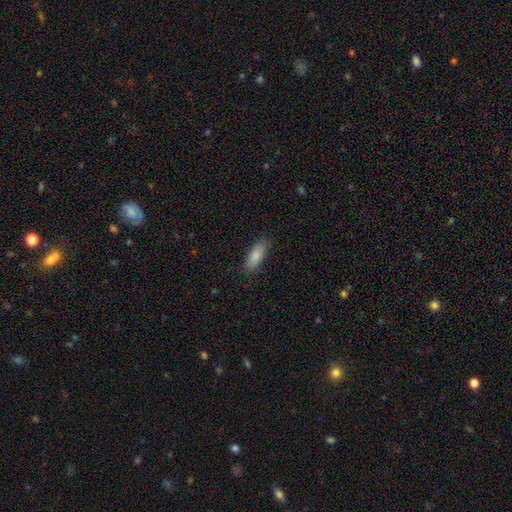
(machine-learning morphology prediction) type=smooth (87%); roundness=in between (73%); merging=none (81%).